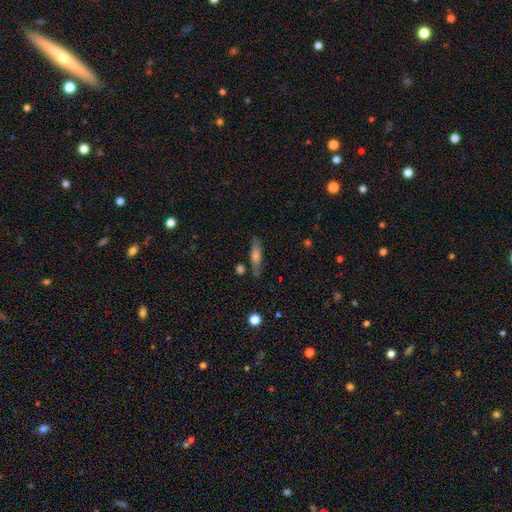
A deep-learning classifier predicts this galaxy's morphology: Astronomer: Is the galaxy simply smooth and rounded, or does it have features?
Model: smooth — 51% (runner-up: featured or disk, 38%).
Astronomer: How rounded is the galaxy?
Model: cigar-shaped — 68%.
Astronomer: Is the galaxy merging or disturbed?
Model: none — 76%.